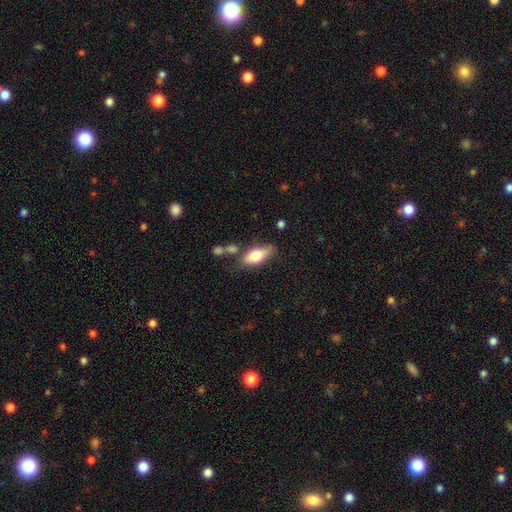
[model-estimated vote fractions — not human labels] smooth-or-featured: smooth: 66% | featured or disk: 27% | star or artifact: 7%
  how-rounded: in between: 74% | cigar-shaped: 22% | round: 4%
  merging: none: 63% | minor disturbance: 20% | merger: 11% | major disturbance: 6%